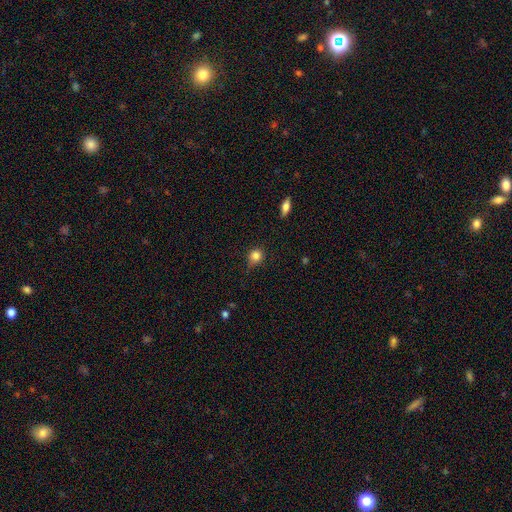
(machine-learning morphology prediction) Smooth or featured?
  - smooth: 82% *
  - star or artifact: 11%
  - featured or disk: 7%
How rounded?
  - round: 85% *
  - in between: 13%
  - cigar-shaped: 1%
Merging?
  - none: 63% *
  - minor disturbance: 29%
  - major disturbance: 6%
  - merger: 2%